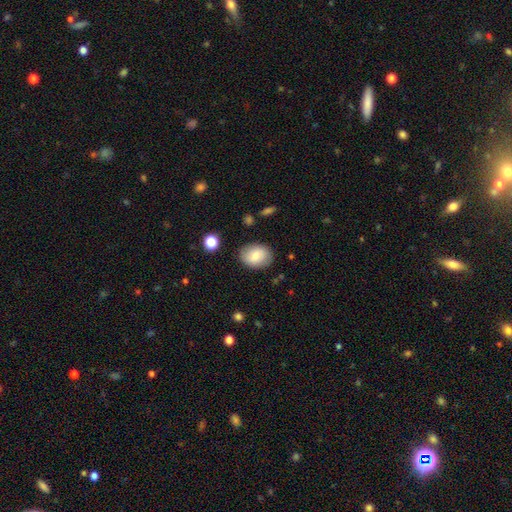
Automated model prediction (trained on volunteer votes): A smooth galaxy with no disk features (77%) that is in between round and cigar-shaped (65%). Merging: none (84%).